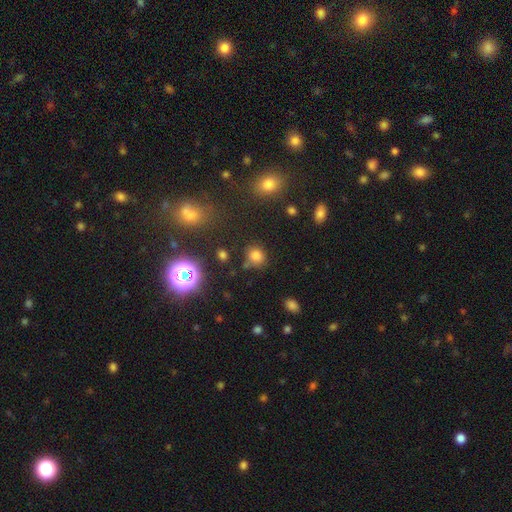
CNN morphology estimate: Smooth or featured? smooth (75%)
How rounded? round (73%)
Merging? none (73%)